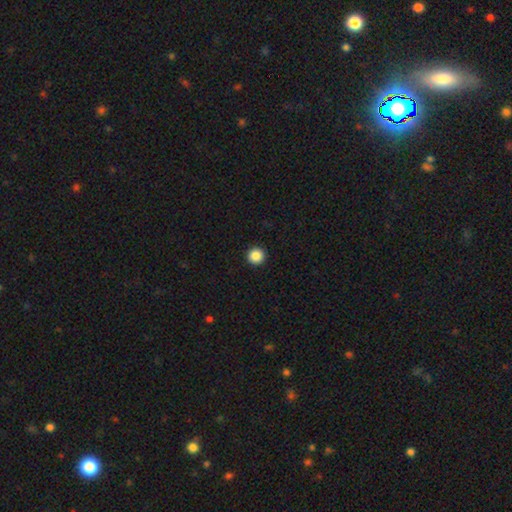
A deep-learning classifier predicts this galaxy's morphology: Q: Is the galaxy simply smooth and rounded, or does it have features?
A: smooth — 87%.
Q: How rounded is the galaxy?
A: round — 97%.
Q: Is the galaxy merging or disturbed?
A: none — 94%.